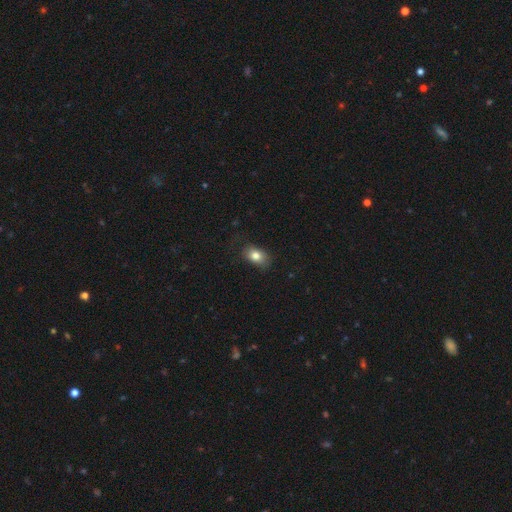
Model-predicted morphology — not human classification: smooth-or-featured: smooth: 81% | featured or disk: 10% | star or artifact: 9%
  how-rounded: in between: 79% | round: 19% | cigar-shaped: 1%
  merging: none: 73% | minor disturbance: 20% | major disturbance: 6% | merger: 1%